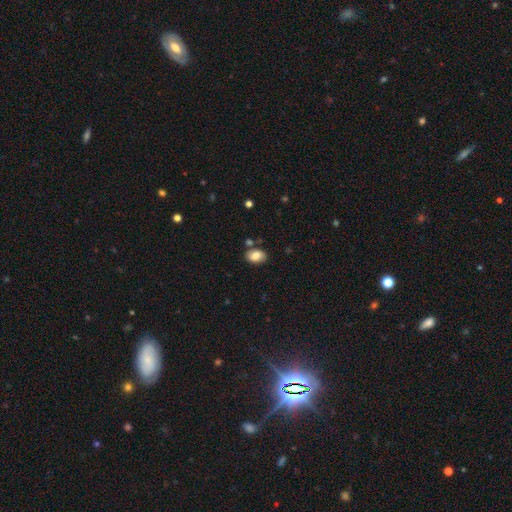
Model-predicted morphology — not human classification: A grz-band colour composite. It shows a smooth galaxy with no disk features (83%) that is in between round and cigar-shaped (84%). Merging: none (75%).